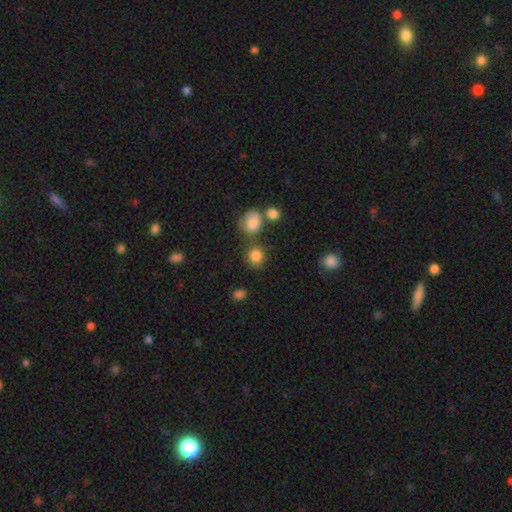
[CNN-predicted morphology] A smooth galaxy with no disk features (83%) that is round (83%).

Vote fractions:
- Smooth or featured? smooth: 83% / star or artifact: 11% / featured or disk: 6%
- How rounded? round: 83% / in between: 16% / cigar-shaped: 1%
- Merging? none: 65% / merger: 16% / minor disturbance: 13% / major disturbance: 6%